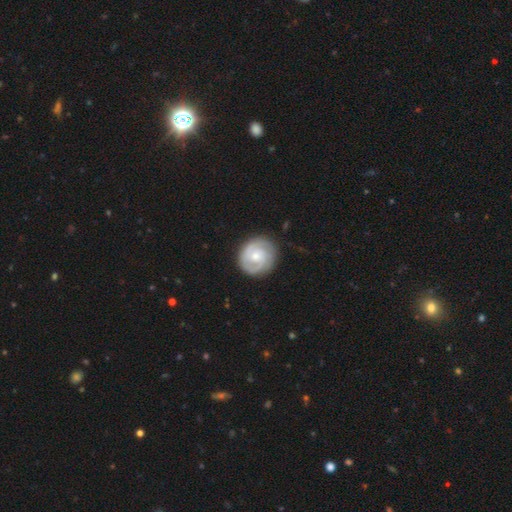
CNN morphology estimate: Smooth or featured: featured or disk — 76% (smooth — 19%)
Edge-on disk: no — 98% (yes — 2%)
Bar: no — 67% (weak — 28%)
Spiral arms: yes — 94% (no — 6%)
Spiral winding: tight — 65% (medium — 28%)
Spiral arm count: 2 — 65% (can't tell — 14%)
Bulge size: small — 47% (moderate — 45%)
Merging: none — 84% (minor disturbance — 11%)